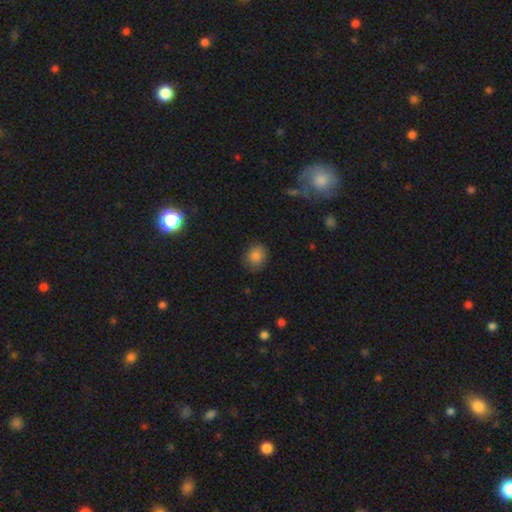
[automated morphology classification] Smooth or featured? smooth (85%)
How rounded? round (69%)
Merging? none (78%)